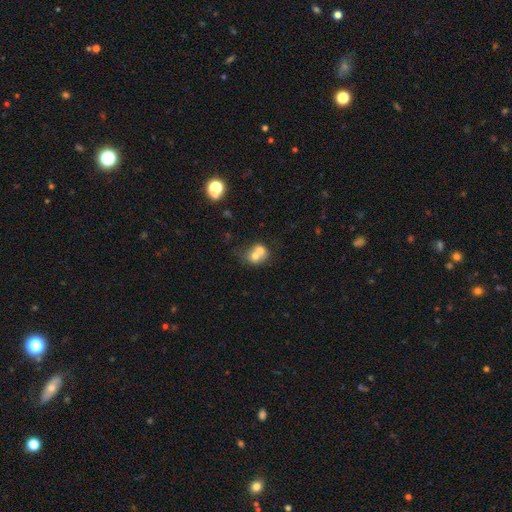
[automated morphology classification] A smooth galaxy with no disk features (65%) that is round (62%).

Vote fractions:
- Smooth or featured? smooth: 65% / featured or disk: 25% / star or artifact: 10%
- How rounded? round: 62% / in between: 37% / cigar-shaped: 1%
- Merging? merger: 69% / none: 21% / minor disturbance: 6% / major disturbance: 3%